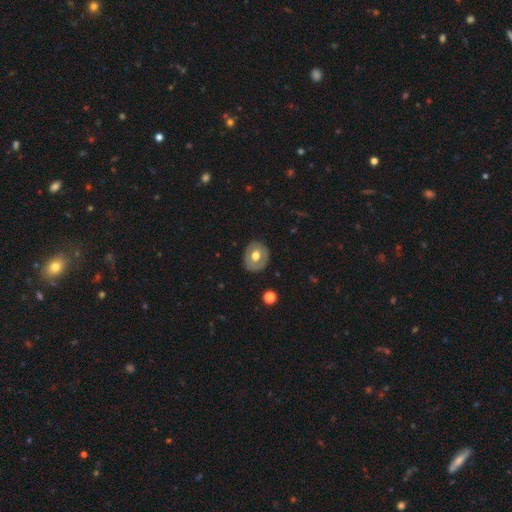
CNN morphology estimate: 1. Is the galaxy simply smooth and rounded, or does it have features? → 47% featured or disk (tied), 47% smooth (tied), 6% star or artifact.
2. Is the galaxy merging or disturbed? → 83% none, 12% minor disturbance, 4% major disturbance, 1% merger.